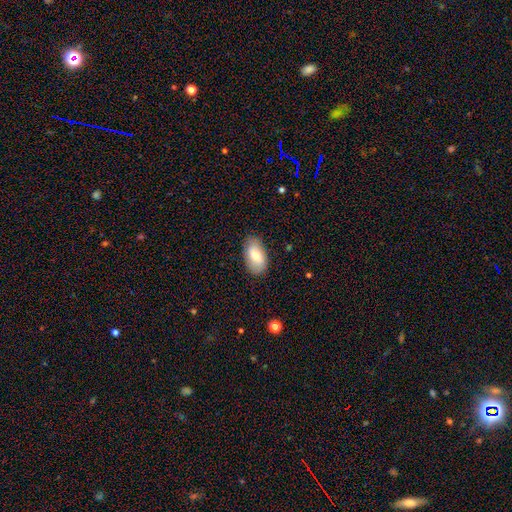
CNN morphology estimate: The model was most divided on "smooth or featured": smooth: 73%, featured or disk: 21%, star or artifact: 7%. More confident: how rounded — in between (94%); merging — none (82%).